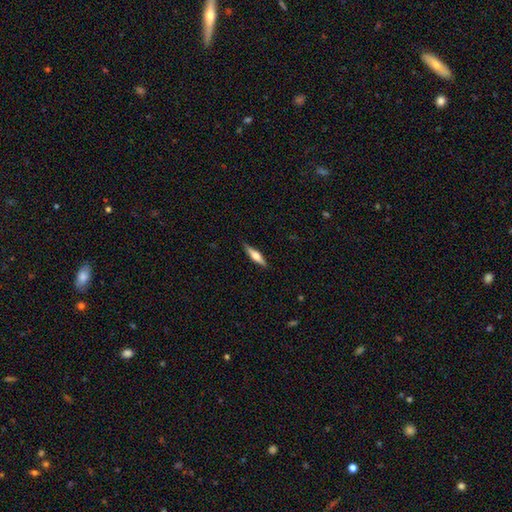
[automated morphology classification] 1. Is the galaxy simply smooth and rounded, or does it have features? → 53% featured or disk, 41% smooth, 6% star or artifact.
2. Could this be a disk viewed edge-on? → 96% yes, 4% no.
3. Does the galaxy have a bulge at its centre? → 88% rounded, 8% boxy, 4% none.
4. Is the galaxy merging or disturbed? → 89% none, 8% minor disturbance, 2% major disturbance, 1% merger.